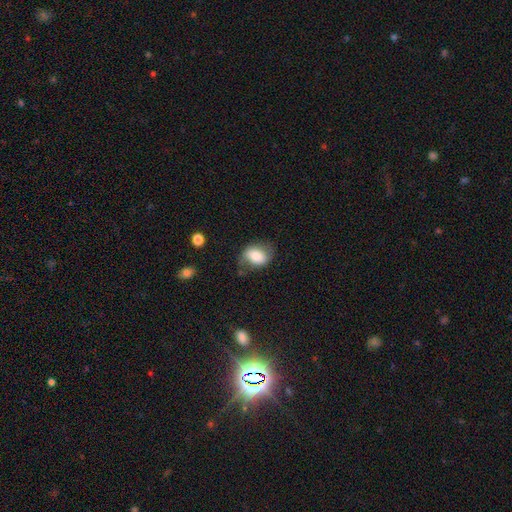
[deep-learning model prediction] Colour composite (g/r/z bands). It shows a smooth galaxy with no disk features (70%) that is in between round and cigar-shaped (72%). Merging: none (53%).